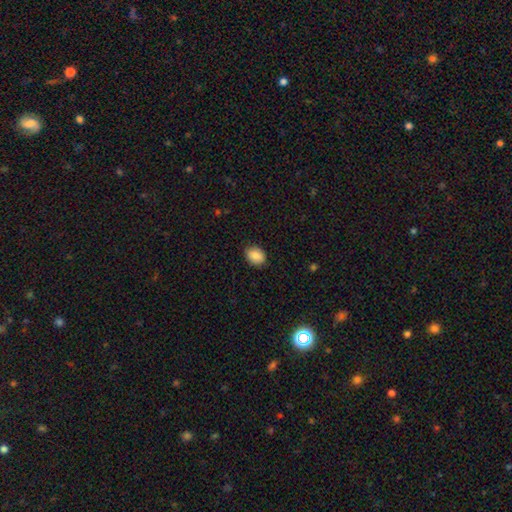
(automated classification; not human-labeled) Morphology: type=smooth (87%); roundness=in between (65%); merging=none (85%).